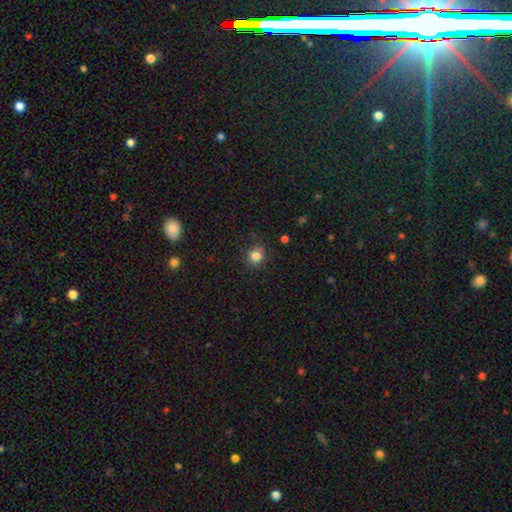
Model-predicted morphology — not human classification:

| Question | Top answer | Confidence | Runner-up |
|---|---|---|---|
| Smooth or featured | smooth | 83% | star or artifact (12%) |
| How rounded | round | 85% | in between (14%) |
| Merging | none | 85% | minor disturbance (11%) |